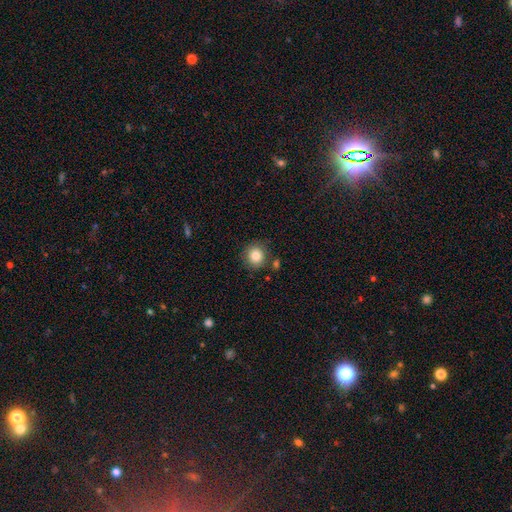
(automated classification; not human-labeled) Morphology: type=smooth (84%); roundness=round (89%); merging=none (81%).